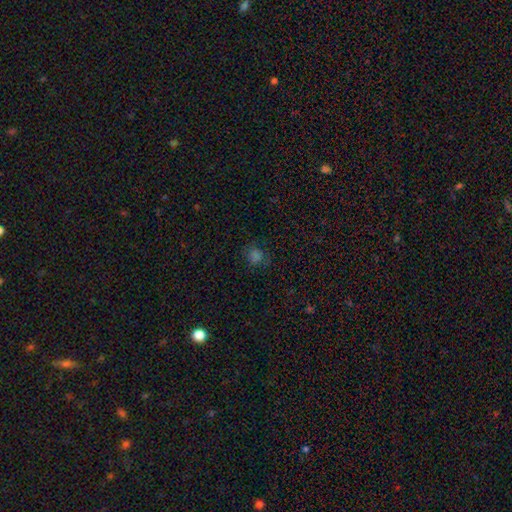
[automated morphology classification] This appears to be a smooth galaxy with no disk features (66%) that is round (78%). Merging: none (76%).